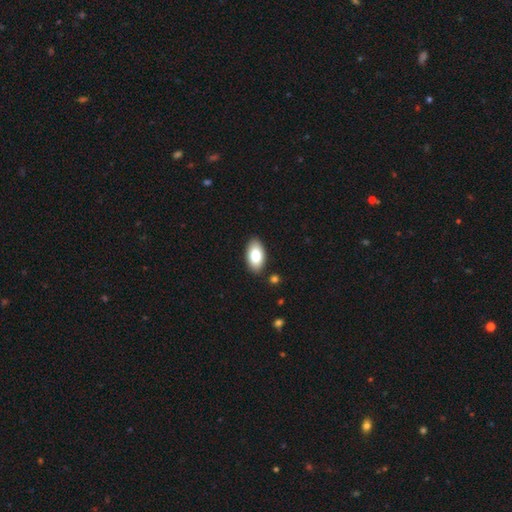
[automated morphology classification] Smooth or featured?
  - smooth: 81% *
  - featured or disk: 13%
  - star or artifact: 6%
How rounded?
  - in between: 95% *
  - round: 3%
  - cigar-shaped: 2%
Merging?
  - none: 89% *
  - minor disturbance: 8%
  - major disturbance: 2%
  - merger: 2%